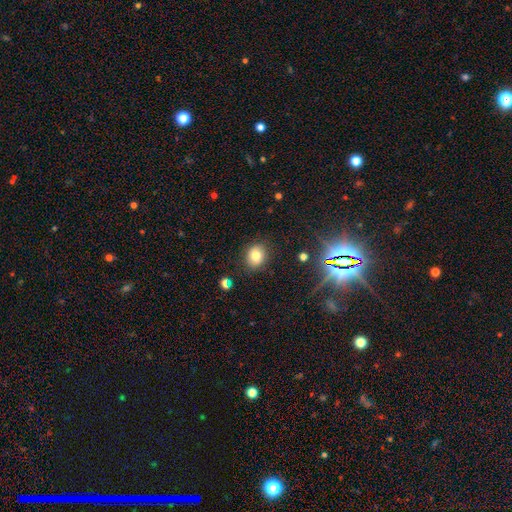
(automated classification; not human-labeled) Q: Smooth or featured?
A: smooth (76%); runner-up: star or artifact (14%)
Q: How rounded?
A: round (64%); runner-up: in between (35%)
Q: Merging?
A: none (86%); runner-up: minor disturbance (10%)